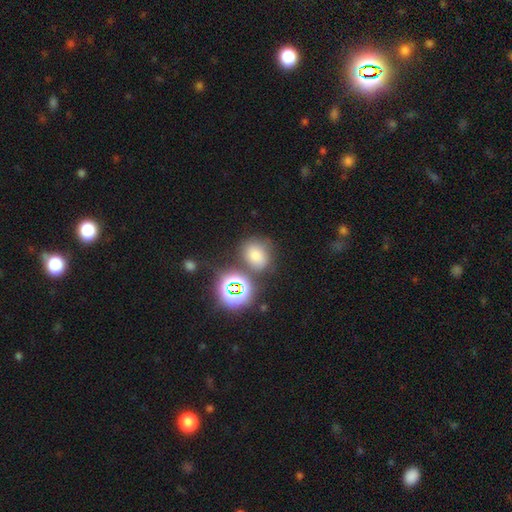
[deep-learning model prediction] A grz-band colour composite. It shows a smooth galaxy with no disk features (67%) that is round (57%). Merging: none (66%).